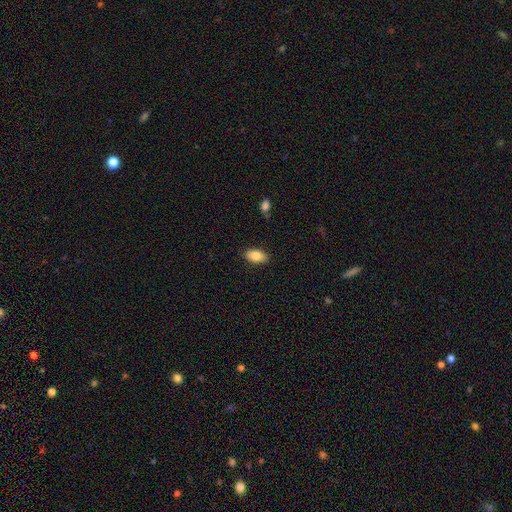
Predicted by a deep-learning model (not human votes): Smooth or featured: smooth — 84% (featured or disk — 9%)
How rounded: in between — 92% (cigar-shaped — 4%)
Merging: none — 87% (minor disturbance — 10%)